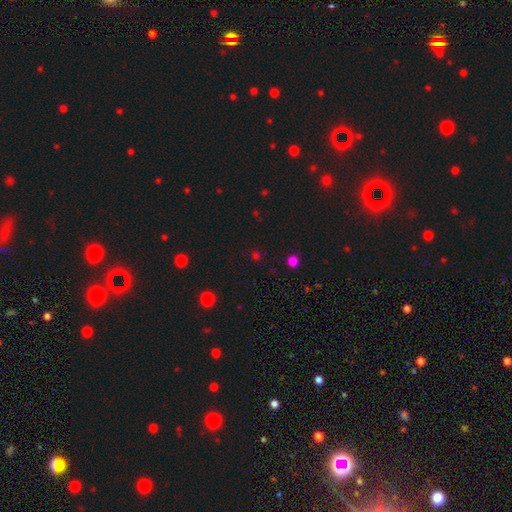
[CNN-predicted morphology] This is possibly a smooth galaxy (50%). How rounded: clearly round (86%). Merging: clearly none (85%).